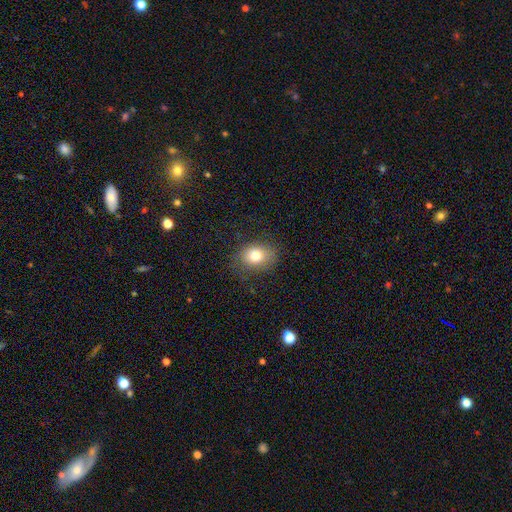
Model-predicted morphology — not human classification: Q: Smooth or featured?
A: smooth (78%); runner-up: star or artifact (11%)
Q: How rounded?
A: in between (55%); runner-up: round (44%)
Q: Merging?
A: none (80%); runner-up: minor disturbance (14%)